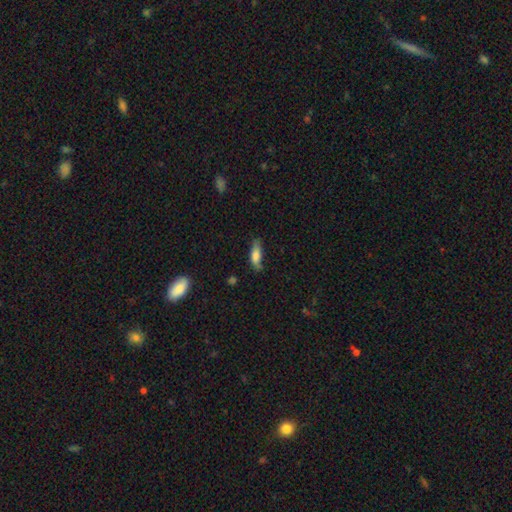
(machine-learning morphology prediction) smooth_or_featured: smooth (p=0.78) [alt: featured or disk p=0.14]
how_rounded: in between (p=0.60) [alt: cigar-shaped p=0.38]
merging: none (p=0.64) [alt: minor disturbance p=0.26]